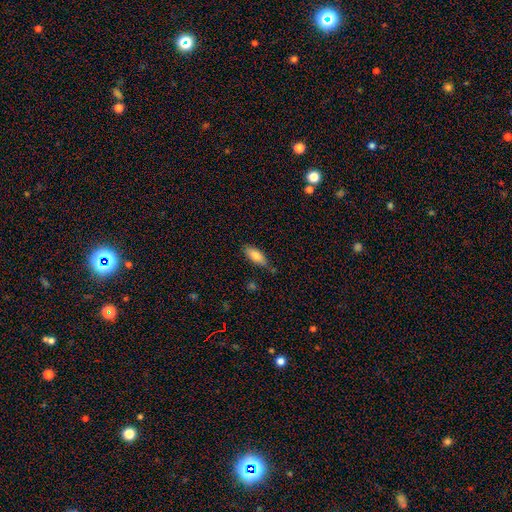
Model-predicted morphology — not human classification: smooth_or_featured: smooth (p=0.79) [alt: featured or disk p=0.14]
how_rounded: in between (p=0.79) [alt: cigar-shaped p=0.19]
merging: none (p=0.69) [alt: minor disturbance p=0.23]